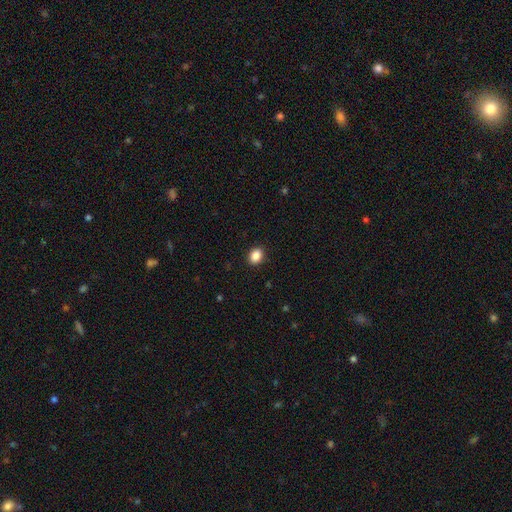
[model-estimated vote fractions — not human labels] smooth-or-featured: smooth: 88% | star or artifact: 9% | featured or disk: 3%
  how-rounded: in between: 56% | round: 43% | cigar-shaped: 1%
  merging: none: 90% | minor disturbance: 7% | major disturbance: 2% | merger: 1%